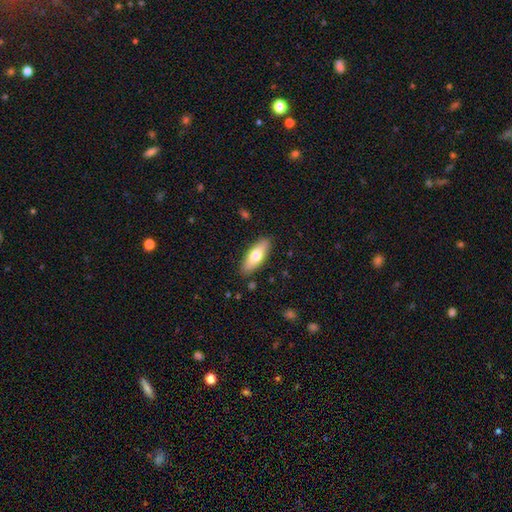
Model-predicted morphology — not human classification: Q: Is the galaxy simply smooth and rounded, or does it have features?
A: smooth — 68%.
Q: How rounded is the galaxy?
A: in between — 66%.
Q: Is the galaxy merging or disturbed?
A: none — 88%.